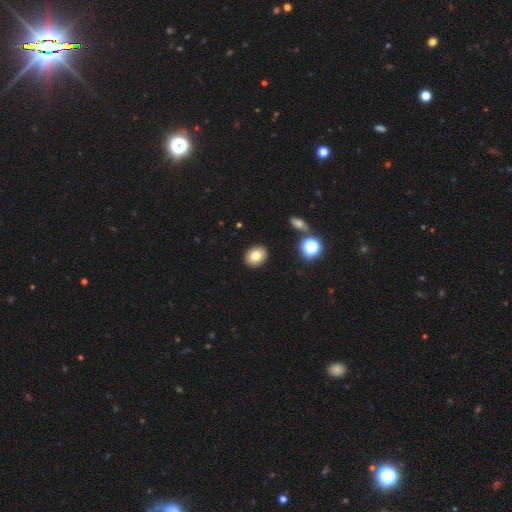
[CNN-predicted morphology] The model was most divided on "how rounded": round: 50%, in between: 49%, cigar-shaped: 1%. More confident: merging — none (90%); smooth or featured — smooth (79%).